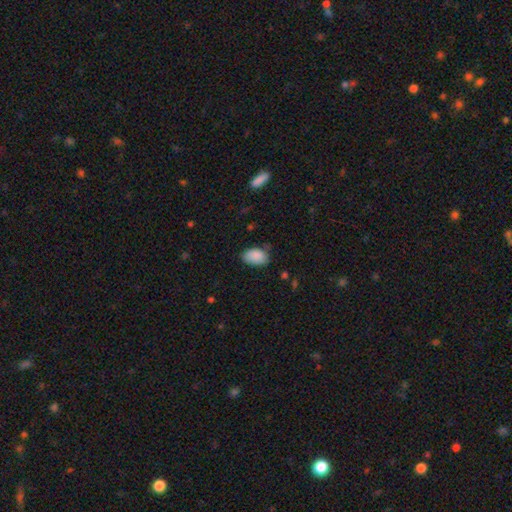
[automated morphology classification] smooth-or-featured: smooth: 88% | star or artifact: 7% | featured or disk: 5%
  how-rounded: in between: 91% | round: 8% | cigar-shaped: 1%
  merging: none: 70% | minor disturbance: 24% | major disturbance: 4% | merger: 2%